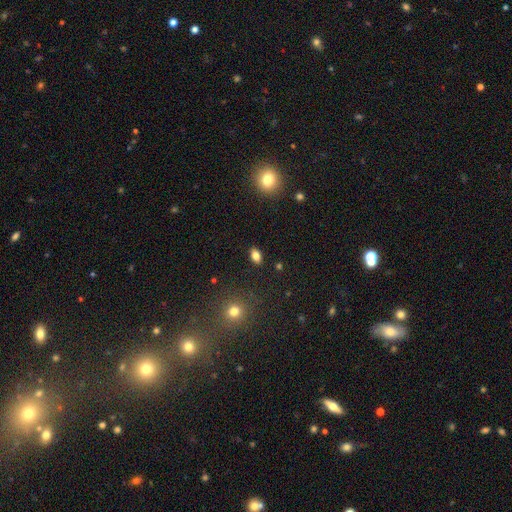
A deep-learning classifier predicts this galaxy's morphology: This appears to be a smooth galaxy with no disk features (81%) that is in between round and cigar-shaped (86%). Merging: none (87%).